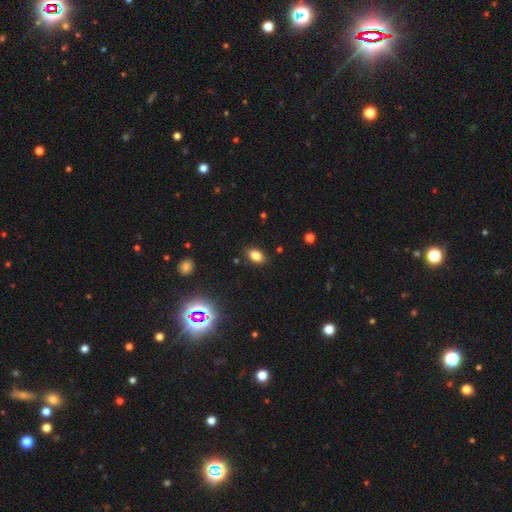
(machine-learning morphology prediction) smooth 79%, star or artifact 13%, featured or disk 8%. Down the decision tree: how rounded — in between (86%); merging — none (86%).